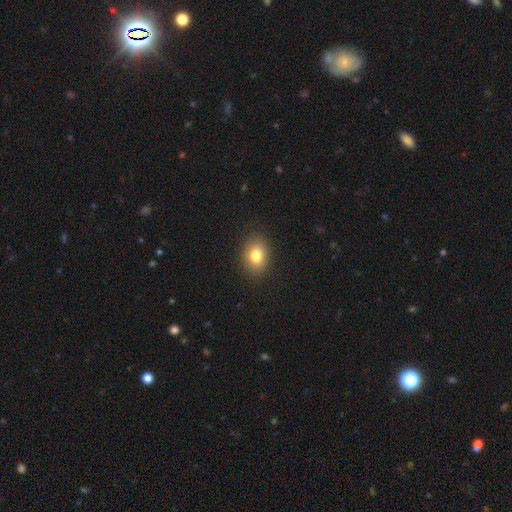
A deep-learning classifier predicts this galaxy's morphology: Smooth or featured? Predicted: smooth (p=0.81). How rounded? Predicted: in between (p=0.63). Merging? Predicted: none (p=0.88).